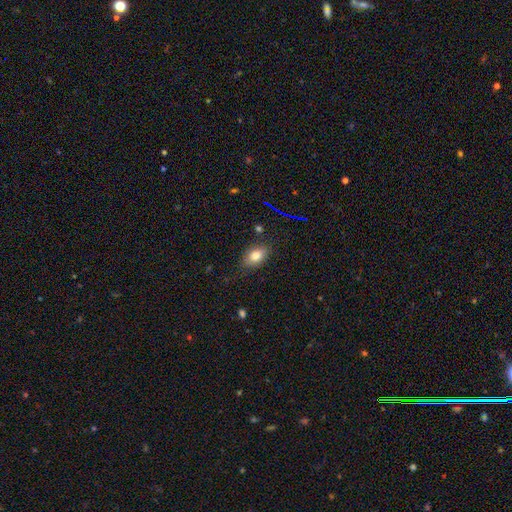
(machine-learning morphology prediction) Overall: smooth (78%). How rounded: in between (85%). Merging: none (80%).